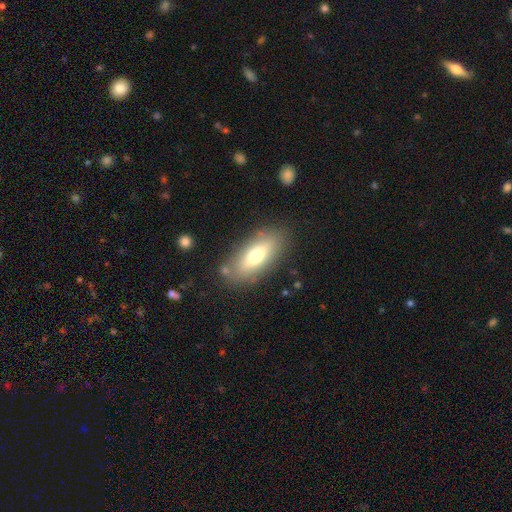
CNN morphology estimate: smooth 67%, featured or disk 25%, star or artifact 8%. Down the decision tree: how rounded — in between (78%); merging — none (79%).